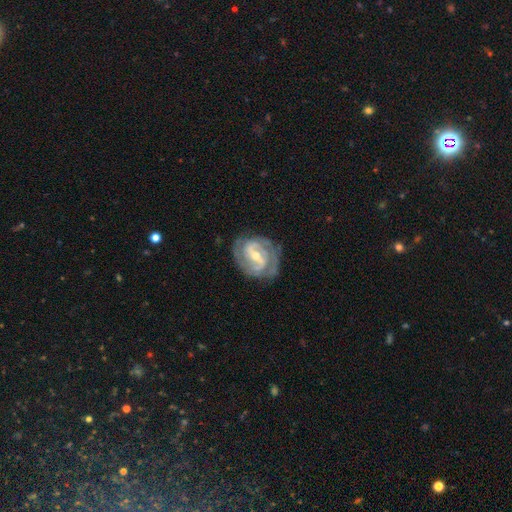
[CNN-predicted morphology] smooth_or_featured: featured or disk (p=0.89) [alt: smooth p=0.06]
disk_edge_on: no (p=0.98) [alt: yes p=0.02]
bar: weak (p=0.45) [alt: strong p=0.41]
has_spiral_arms: yes (p=0.96) [alt: no p=0.04]
spiral_winding: tight (p=0.53) [alt: medium p=0.39]
spiral_arm_count: 2 (p=0.68) [alt: 3 p=0.14]
bulge_size: moderate (p=0.51) [alt: small p=0.45]
merging: none (p=0.74) [alt: minor disturbance p=0.18]